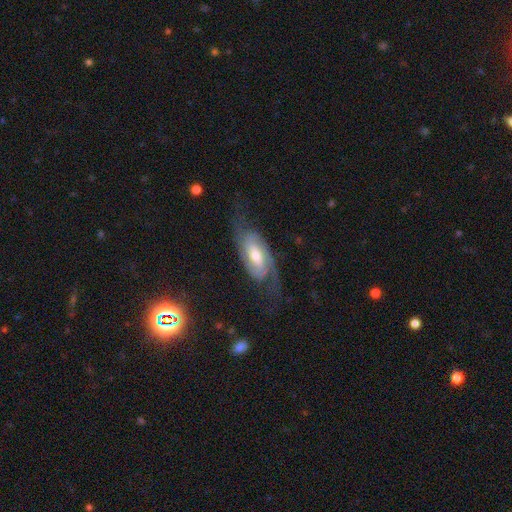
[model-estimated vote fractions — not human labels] smooth-or-featured: featured or disk: 83% | smooth: 12% | star or artifact: 5%
  disk-edge-on: no: 94% | yes: 6%
    bar: weak: 42% | no: 38% | strong: 20%
    has-spiral-arms: yes: 96% | no: 4%
      spiral-winding: medium: 44% | loose: 29% | tight: 28%
      spiral-arm-count: 2: 87% | can't tell: 6% | 3: 3% | 1: 2% | 4: 1% | more than 4: 1%
    bulge-size: moderate: 63% | small: 26% | large: 8% | none: 2% | dominant: 1%
  merging: none: 69% | minor disturbance: 16% | major disturbance: 14% | merger: 1%